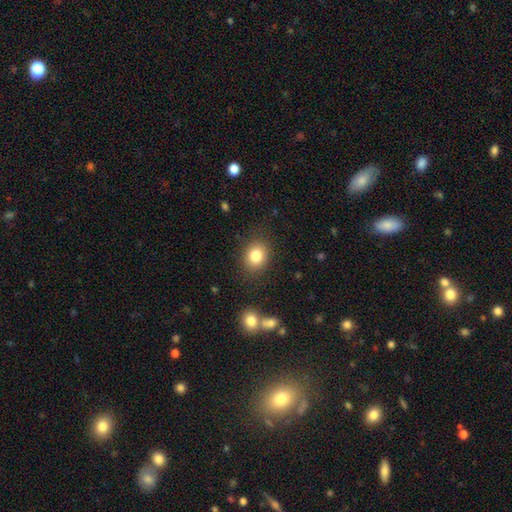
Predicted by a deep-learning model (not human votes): Smooth or featured? smooth (82%)
How rounded? round (60%)
Merging? none (84%)